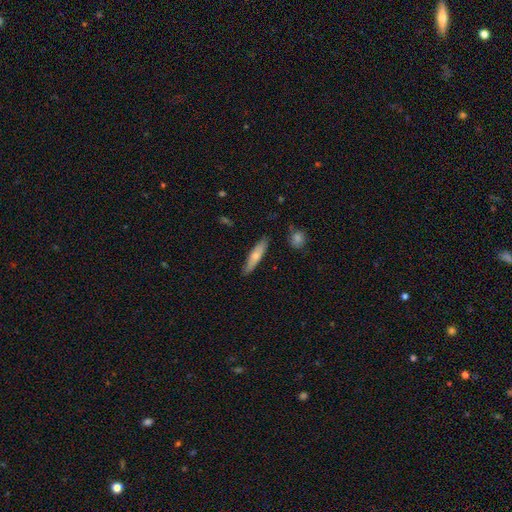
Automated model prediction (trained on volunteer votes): smooth-or-featured: smooth: 66% | featured or disk: 28% | star or artifact: 6%
  how-rounded: cigar-shaped: 78% | in between: 20% | round: 2%
  merging: none: 86% | minor disturbance: 11% | major disturbance: 2% | merger: 2%